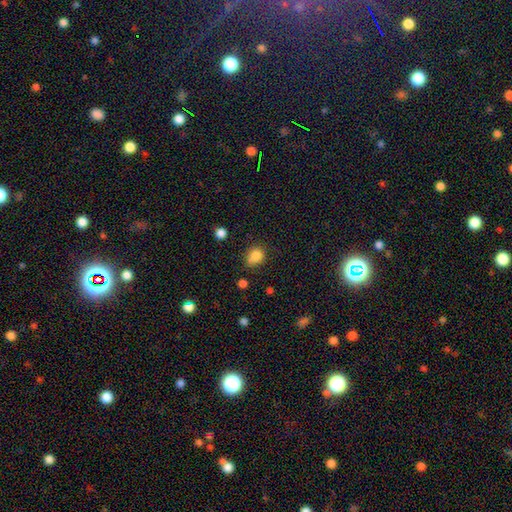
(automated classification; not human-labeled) A smooth galaxy with no disk features (82%) that is round (63%). Merging: none (54%).